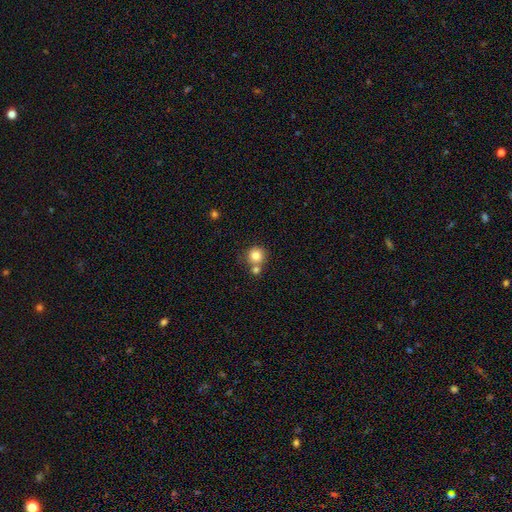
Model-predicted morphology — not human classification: A smooth galaxy with no disk features (81%) that is round (91%). Merging: none (57%).